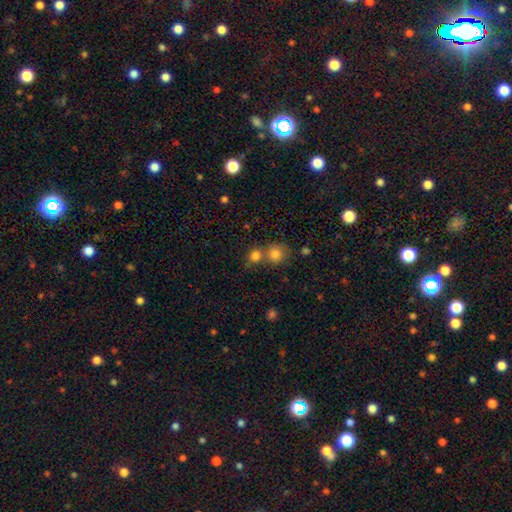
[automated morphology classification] This is clearly a smooth galaxy (81%). How rounded: clearly round (85%). Merging: possibly none (53%).